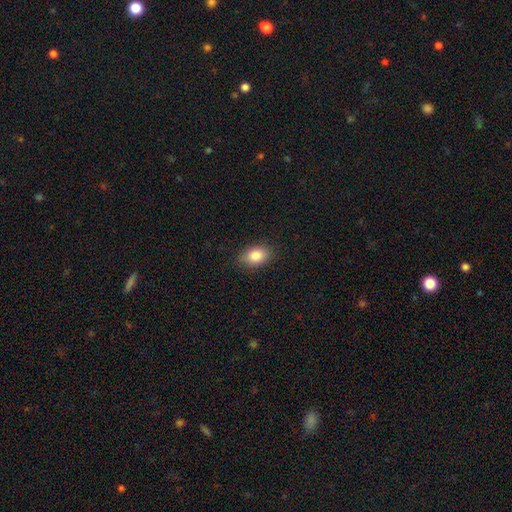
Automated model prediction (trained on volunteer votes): Q: Smooth or featured?
A: smooth (85%); runner-up: star or artifact (8%)
Q: How rounded?
A: in between (83%); runner-up: round (16%)
Q: Merging?
A: none (86%); runner-up: minor disturbance (11%)